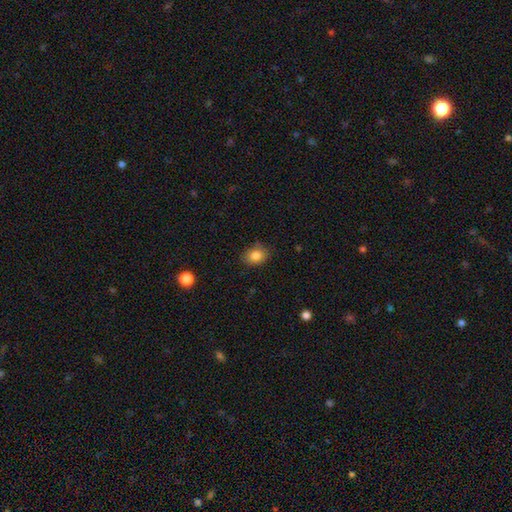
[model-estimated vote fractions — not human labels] This is clearly a smooth galaxy (85%). How rounded: likely in between (63%). Merging: likely none (79%).